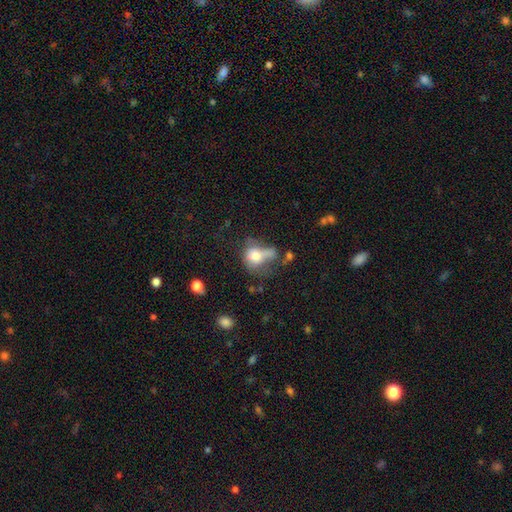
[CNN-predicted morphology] smooth_or_featured: smooth (p=0.64) [alt: featured or disk p=0.25]
how_rounded: in between (p=0.55) [alt: round p=0.43]
merging: major disturbance (p=0.35) [alt: merger p=0.22]